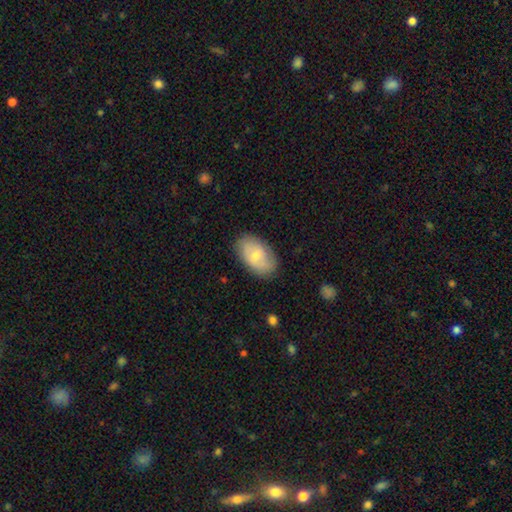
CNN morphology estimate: Smooth or featured? Predicted: smooth (p=0.59). How rounded? Predicted: in between (p=0.91). Merging? Predicted: none (p=0.81).